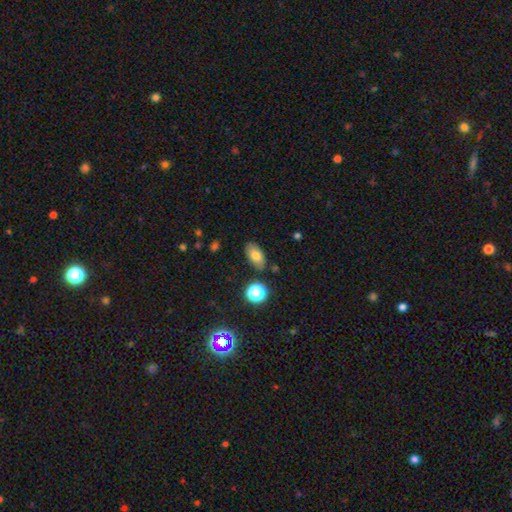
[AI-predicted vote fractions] This appears to be a smooth galaxy with no disk features (76%) that is in between round and cigar-shaped (90%). Merging: none (83%).